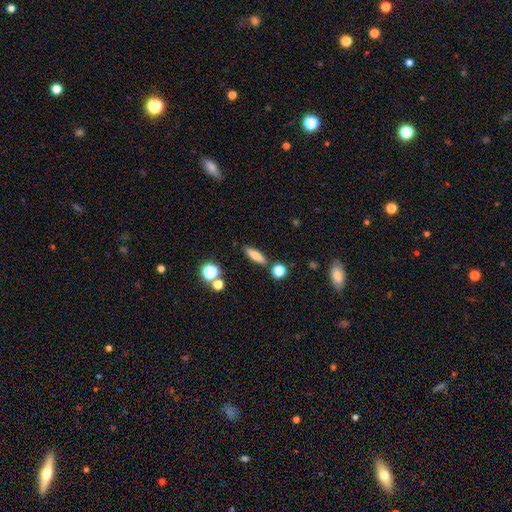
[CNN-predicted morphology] Overall: smooth (76%). How rounded: cigar-shaped (58%; in between 37%). Merging: none (81%).